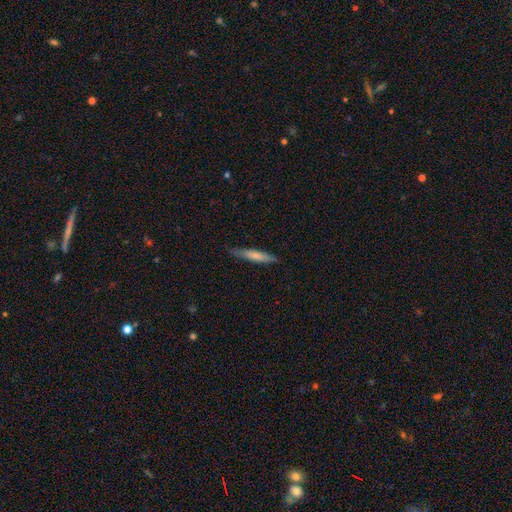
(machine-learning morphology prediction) Overall: smooth (69%). How rounded: cigar-shaped (90%). Merging: none (80%).